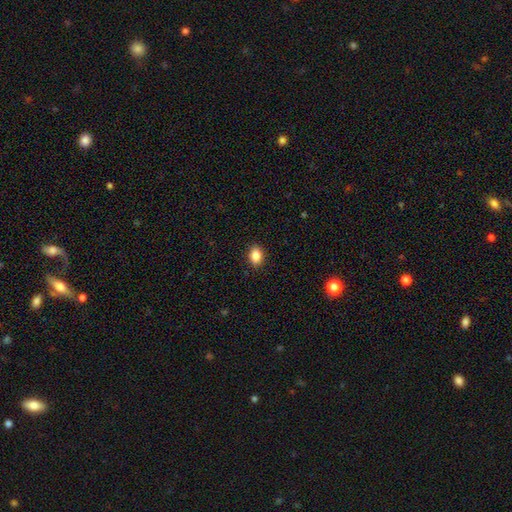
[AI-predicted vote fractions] Smooth or featured: smooth — 86% (star or artifact — 9%)
How rounded: in between — 71% (round — 28%)
Merging: none — 90% (minor disturbance — 7%)